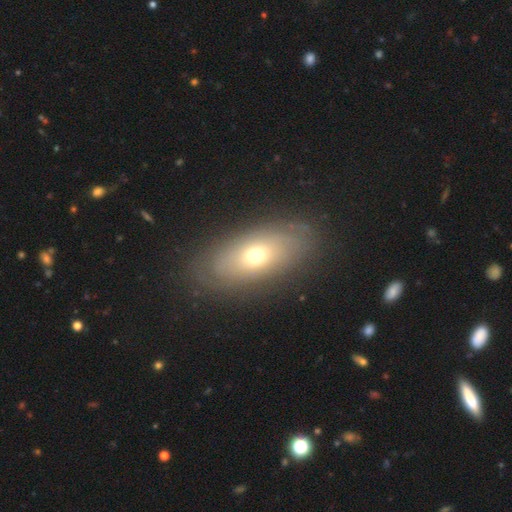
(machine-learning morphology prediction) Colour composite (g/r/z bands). It shows a smooth galaxy with no disk features (54%) that is in between round and cigar-shaped (83%). Merging: none (81%).